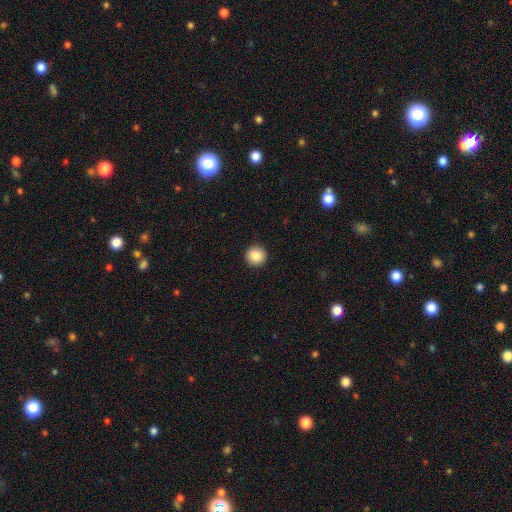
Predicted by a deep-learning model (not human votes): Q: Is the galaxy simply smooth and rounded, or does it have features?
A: smooth — 88%.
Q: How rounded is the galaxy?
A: round — 95%.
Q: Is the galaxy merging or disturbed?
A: none — 92%.